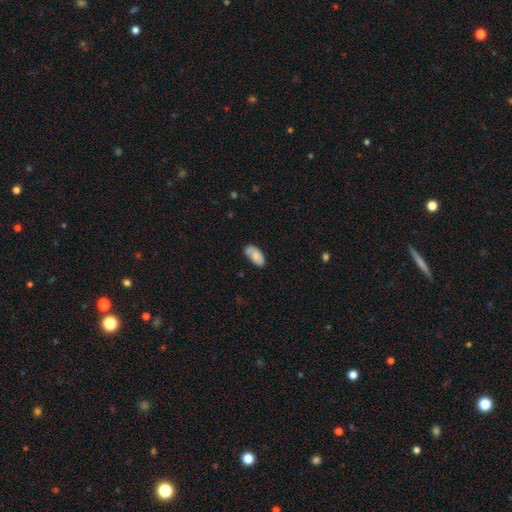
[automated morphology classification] Smooth or featured: smooth — 73% (featured or disk — 20%)
How rounded: in between — 92% (cigar-shaped — 5%)
Merging: none — 56% (minor disturbance — 28%)